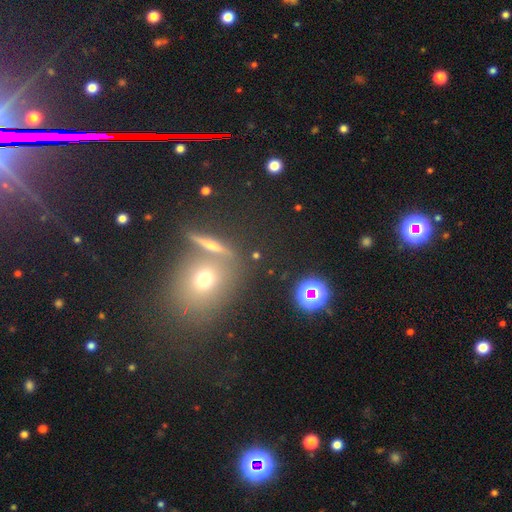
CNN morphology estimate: smooth-or-featured: smooth: 44% | star or artifact: 31% | featured or disk: 25%
  merging: none: 72% | merger: 14% | minor disturbance: 9% | major disturbance: 5%